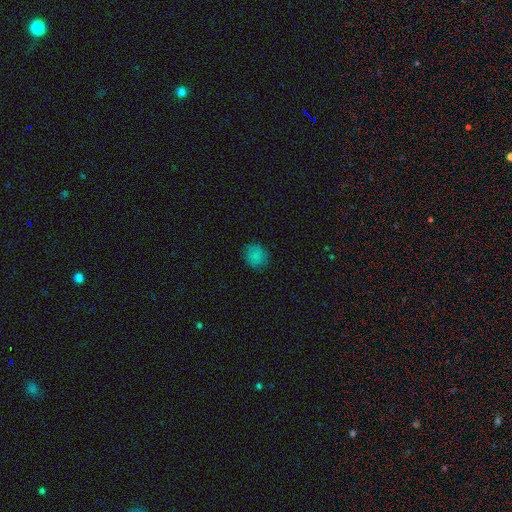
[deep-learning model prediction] Smooth or featured?
  - smooth: 81% *
  - star or artifact: 13%
  - featured or disk: 6%
How rounded?
  - round: 80% *
  - in between: 19%
  - cigar-shaped: 1%
Merging?
  - none: 82% *
  - minor disturbance: 13%
  - major disturbance: 3%
  - merger: 1%